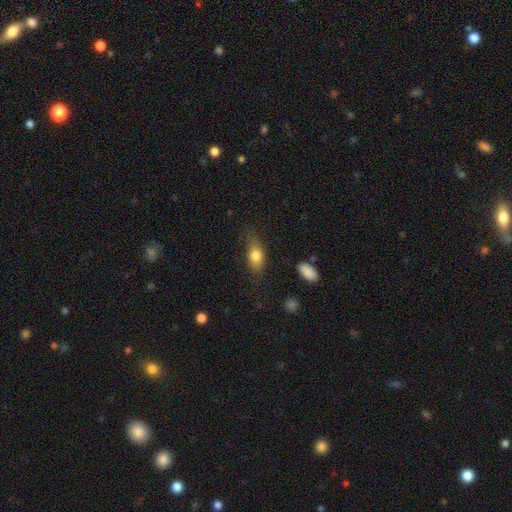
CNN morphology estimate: smooth-or-featured: smooth: 79% | featured or disk: 13% | star or artifact: 8%
  how-rounded: in between: 82% | cigar-shaped: 10% | round: 8%
  merging: none: 66% | minor disturbance: 23% | major disturbance: 9% | merger: 2%